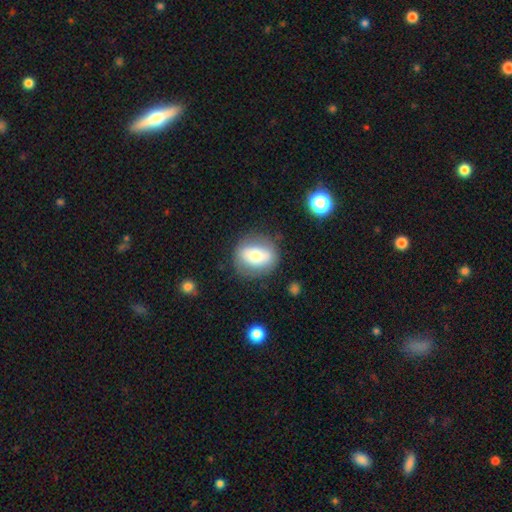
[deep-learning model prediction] The model was most divided on "smooth or featured": smooth: 58%, featured or disk: 34%, star or artifact: 8%. More confident: merging — none (80%); how rounded — round (67%).